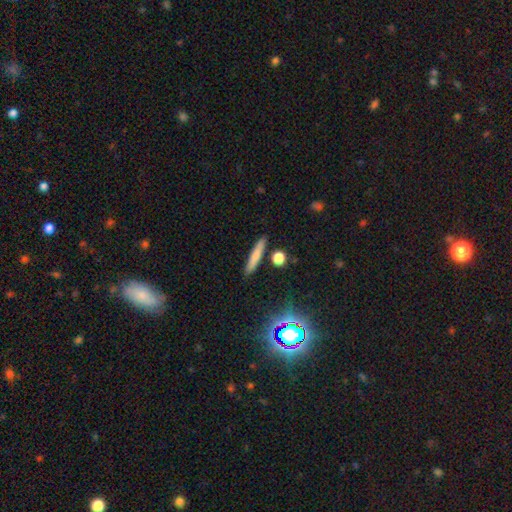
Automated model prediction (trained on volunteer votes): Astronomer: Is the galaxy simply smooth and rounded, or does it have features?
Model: smooth — 73%.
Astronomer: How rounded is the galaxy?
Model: cigar-shaped — 89%.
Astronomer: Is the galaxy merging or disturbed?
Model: none — 86%.